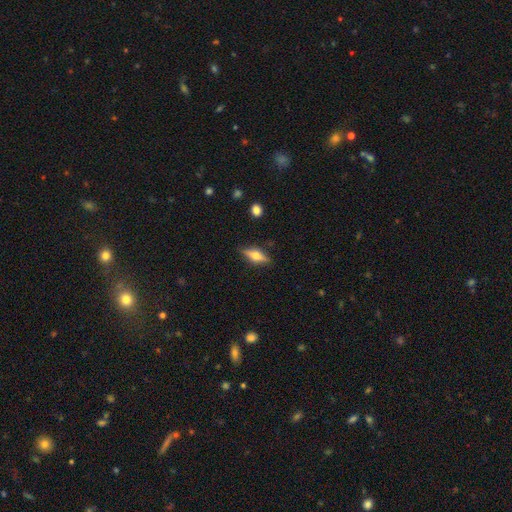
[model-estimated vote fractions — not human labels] smooth_or_featured: featured or disk (p=0.56) [alt: smooth p=0.37]
disk_edge_on: yes (p=0.93) [alt: no p=0.07]
edge_on_bulge: rounded (p=0.93) [alt: boxy p=0.05]
merging: none (p=0.85) [alt: minor disturbance p=0.11]